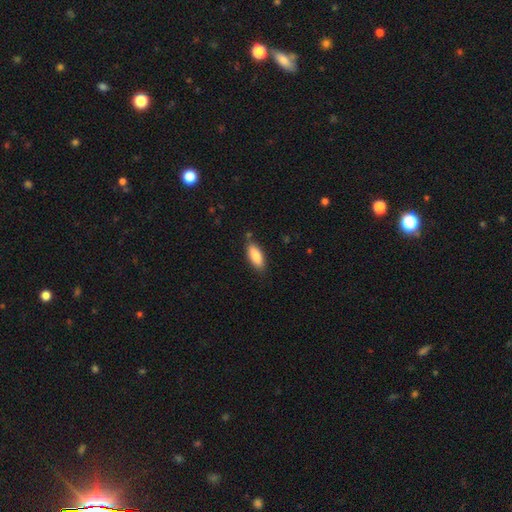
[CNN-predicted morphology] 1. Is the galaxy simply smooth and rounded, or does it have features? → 87% smooth, 7% featured or disk, 6% star or artifact.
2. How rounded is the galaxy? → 74% in between, 25% cigar-shaped, 2% round.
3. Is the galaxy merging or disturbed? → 81% none, 14% minor disturbance, 3% major disturbance, 3% merger.